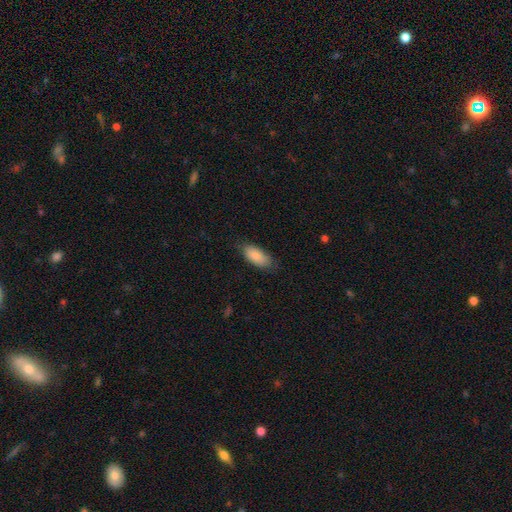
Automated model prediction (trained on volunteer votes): This appears to be a smooth galaxy with no disk features (88%) that is in between round and cigar-shaped (90%). Merging: none (76%).